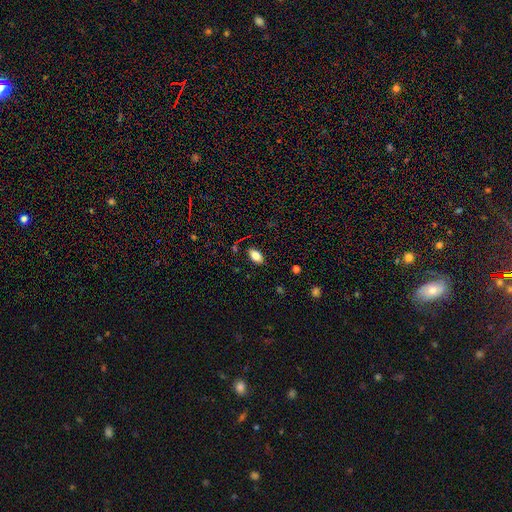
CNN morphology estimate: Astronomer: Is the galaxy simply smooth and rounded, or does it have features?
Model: smooth — 80%.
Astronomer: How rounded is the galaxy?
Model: in between — 91%.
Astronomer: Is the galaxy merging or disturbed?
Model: none — 84%.